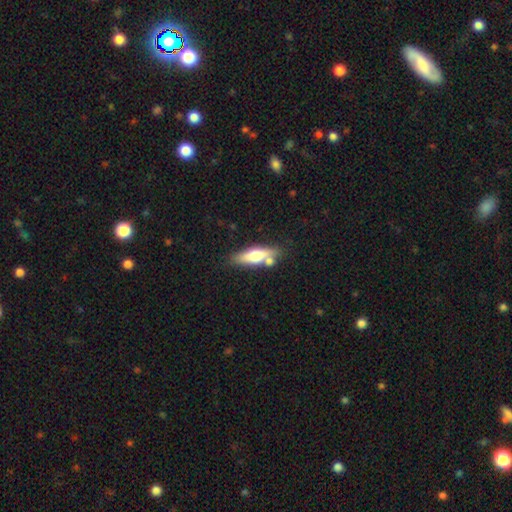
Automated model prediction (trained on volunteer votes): Morphology: type=smooth (54%); roundness=cigar-shaped (53%); merging=none (69%).